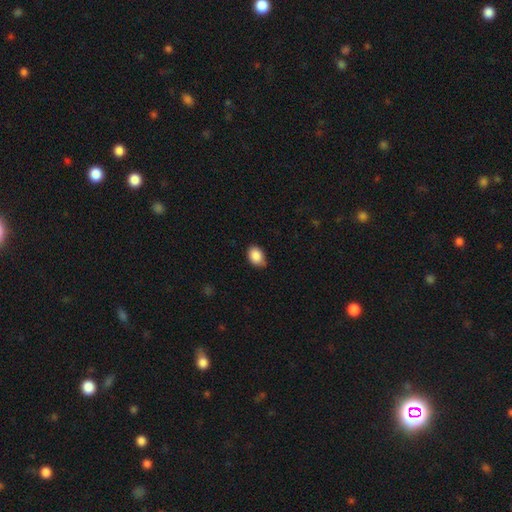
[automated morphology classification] smooth_or_featured: smooth (p=0.88) [alt: star or artifact p=0.08]
how_rounded: in between (p=0.78) [alt: round p=0.21]
merging: none (p=0.72) [alt: minor disturbance p=0.24]